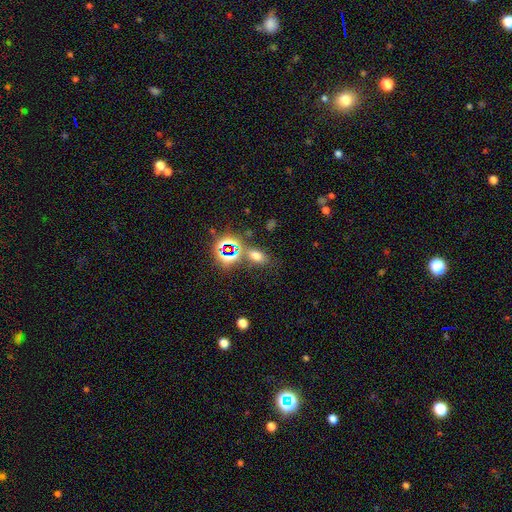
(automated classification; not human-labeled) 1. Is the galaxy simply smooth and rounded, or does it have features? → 59% smooth, 32% star or artifact, 9% featured or disk.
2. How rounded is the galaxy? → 81% in between, 15% round, 4% cigar-shaped.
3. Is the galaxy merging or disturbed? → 70% none, 14% merger, 11% minor disturbance, 5% major disturbance.